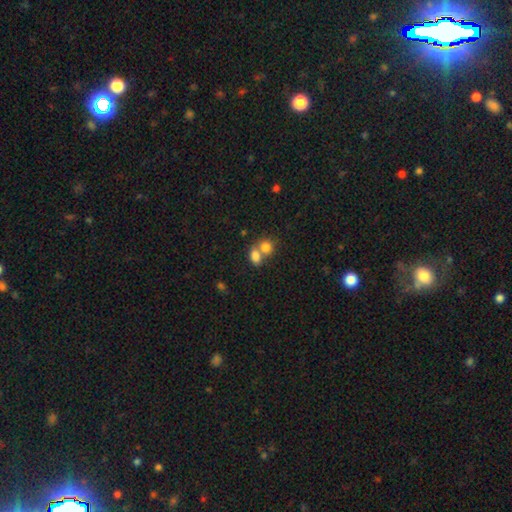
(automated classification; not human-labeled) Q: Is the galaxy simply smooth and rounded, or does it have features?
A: smooth — 80%.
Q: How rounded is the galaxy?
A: in between — 69%.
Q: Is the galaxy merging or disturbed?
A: merger — 60%.